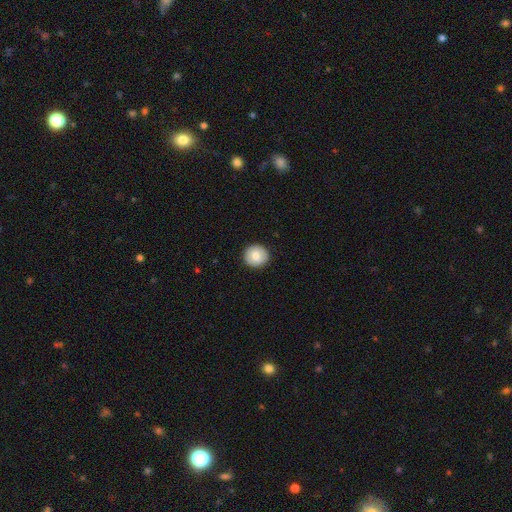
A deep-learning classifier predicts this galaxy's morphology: Smooth or featured? Predicted: smooth (p=0.77). How rounded? Predicted: round (p=0.93). Merging? Predicted: none (p=0.91).